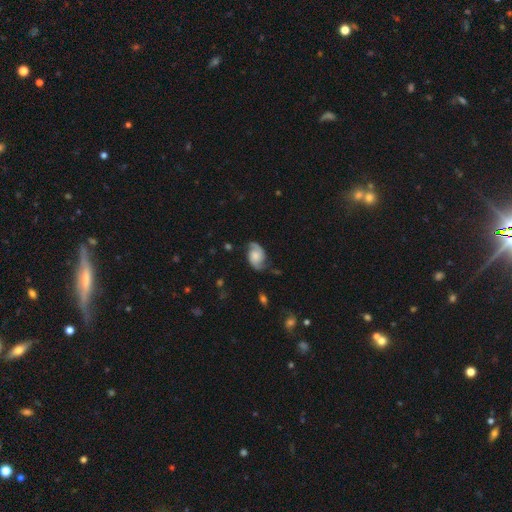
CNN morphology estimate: A featured or disk galaxy (78%) with no bar (69%), 2 (91%) medium (45%) spiral arms (96%) and a moderate central bulge (31%). Merging: none (71%).